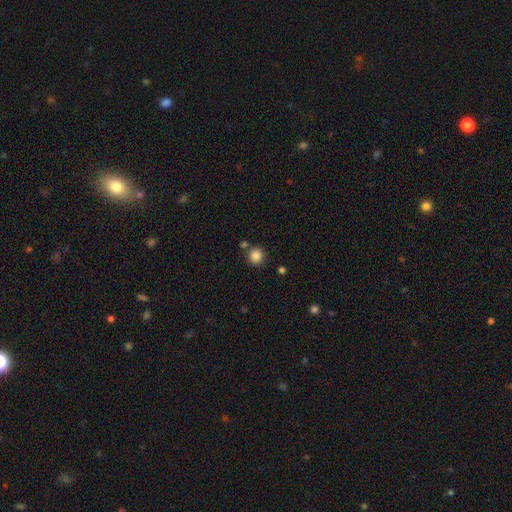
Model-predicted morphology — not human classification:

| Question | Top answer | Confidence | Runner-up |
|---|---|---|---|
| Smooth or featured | smooth | 85% | star or artifact (10%) |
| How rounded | round | 93% | in between (6%) |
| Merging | none | 80% | merger (9%) |